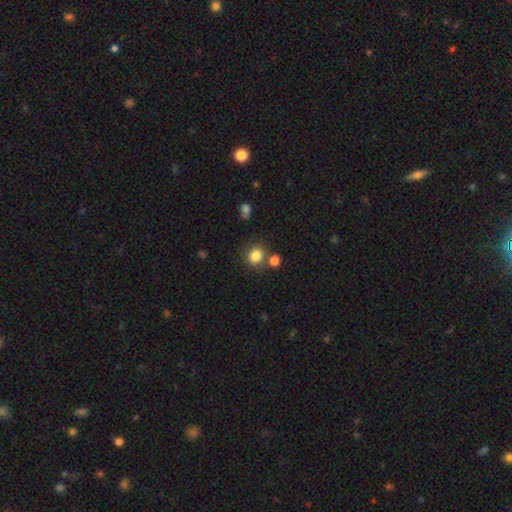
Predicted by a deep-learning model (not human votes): The model was most divided on "merging": none: 71%, merger: 16%, minor disturbance: 10%, major disturbance: 4%. More confident: smooth or featured — smooth (83%); how rounded — round (79%).